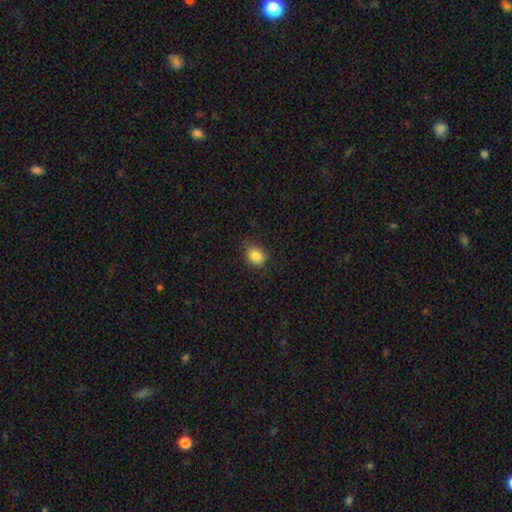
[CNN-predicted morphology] smooth 85%, star or artifact 10%, featured or disk 5%. Down the decision tree: how rounded — round (59%); merging — none (80%).